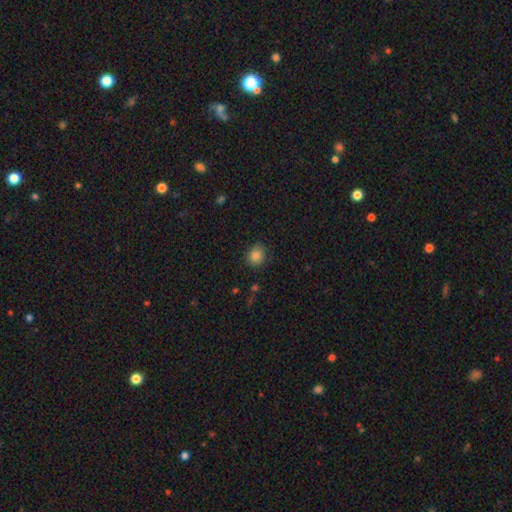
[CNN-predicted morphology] This appears to be a smooth galaxy with no disk features (84%) that is round (69%). Merging: none (84%).